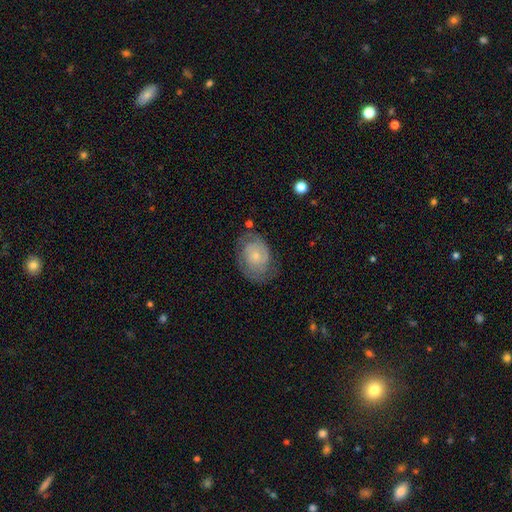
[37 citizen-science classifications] smooth_or_featured: featured or disk (p=0.57) [alt: smooth p=0.38]
disk_edge_on: no (p=0.95) [alt: yes p=0.05]
bar: no (p=0.85) [alt: weak p=0.15]
has_spiral_arms: yes (p=0.85) [alt: no p=0.15]
spiral_winding: tight (p=0.65) [alt: medium p=0.18]
spiral_arm_count: 2 (p=0.53) [alt: can't tell p=0.41]
bulge_size: small (p=0.55) [alt: moderate p=0.30]
merging: none (p=0.77) [alt: minor disturbance p=0.14]